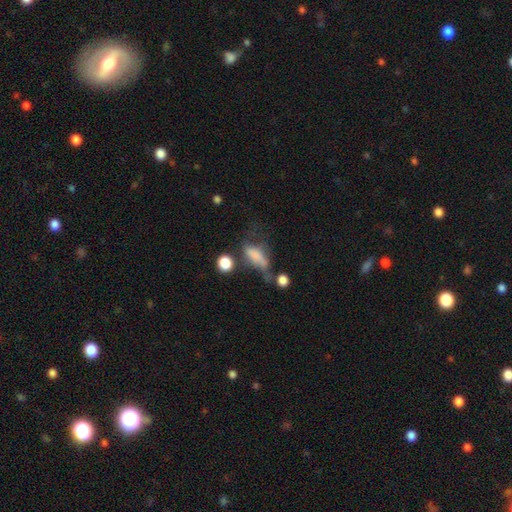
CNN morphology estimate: smooth 62%, featured or disk 26%, star or artifact 12%. Down the decision tree: how rounded — in between (70%); merging — major disturbance (40%).